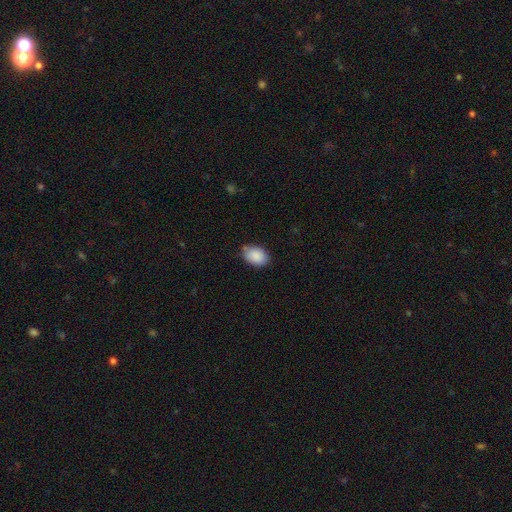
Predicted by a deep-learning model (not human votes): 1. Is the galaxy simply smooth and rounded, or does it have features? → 89% smooth, 6% star or artifact, 4% featured or disk.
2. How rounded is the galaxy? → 84% in between, 15% round, 1% cigar-shaped.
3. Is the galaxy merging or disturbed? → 76% none, 19% minor disturbance, 3% major disturbance, 2% merger.